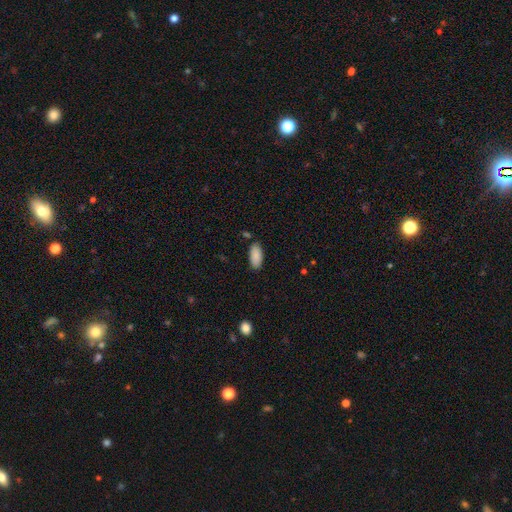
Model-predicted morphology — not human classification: A smooth galaxy with no disk features (90%) that is in between round and cigar-shaped (89%).

Vote fractions:
- Smooth or featured? smooth: 90% / star or artifact: 6% / featured or disk: 4%
- How rounded? in between: 89% / cigar-shaped: 9% / round: 2%
- Merging? none: 83% / minor disturbance: 11% / merger: 3% / major disturbance: 2%